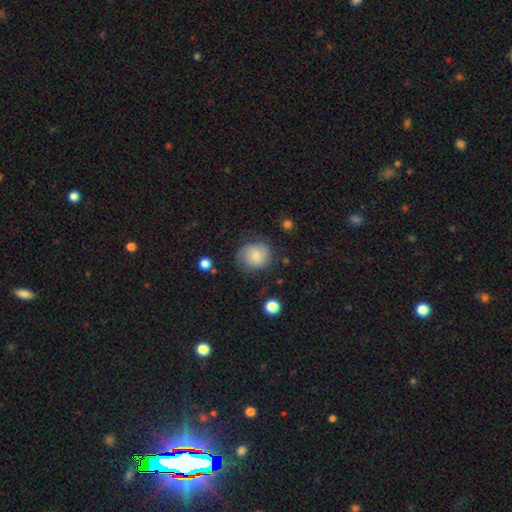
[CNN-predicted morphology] Q: Smooth or featured?
A: smooth (68%); runner-up: featured or disk (23%)
Q: How rounded?
A: round (77%); runner-up: in between (22%)
Q: Merging?
A: none (71%); runner-up: minor disturbance (20%)